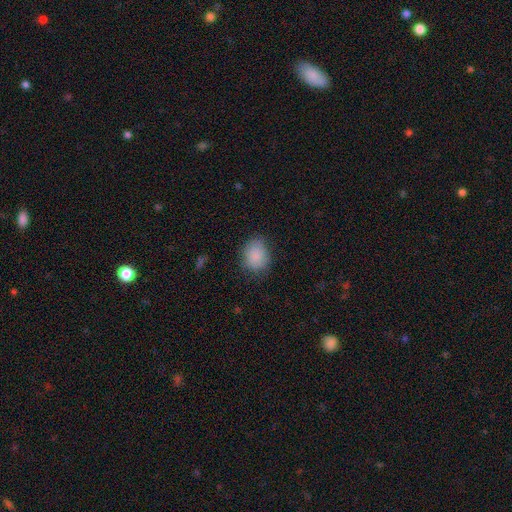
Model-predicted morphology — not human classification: Smooth or featured?
  - smooth: 87% *
  - star or artifact: 8%
  - featured or disk: 5%
How rounded?
  - round: 51% *
  - in between: 48%
  - cigar-shaped: 1%
Merging?
  - none: 78% *
  - minor disturbance: 17%
  - major disturbance: 4%
  - merger: 1%